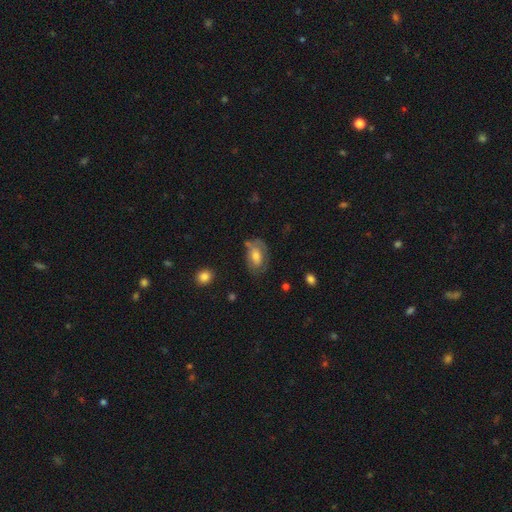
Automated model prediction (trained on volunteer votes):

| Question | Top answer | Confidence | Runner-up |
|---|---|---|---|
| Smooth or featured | smooth | 54% | featured or disk (39%) |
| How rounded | in between | 87% | round (11%) |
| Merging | none | 54% | minor disturbance (28%) |